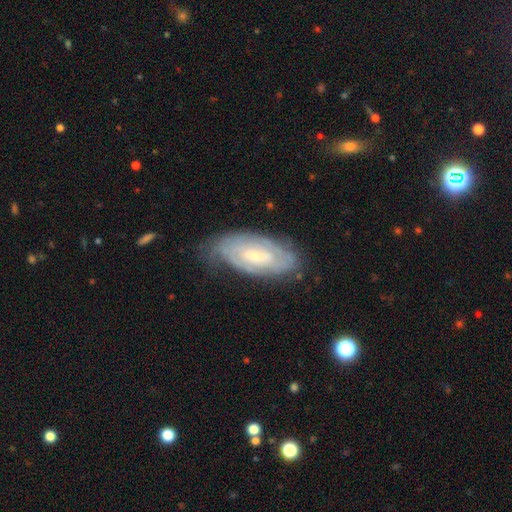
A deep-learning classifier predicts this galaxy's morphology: type=featured or disk (72%); edge-on=no (92%); bar=no (45%); spiral arms=yes (86%); winding=tight (68%); arm count=can't tell (53%); bulge=small (62%); merging=none (68%).